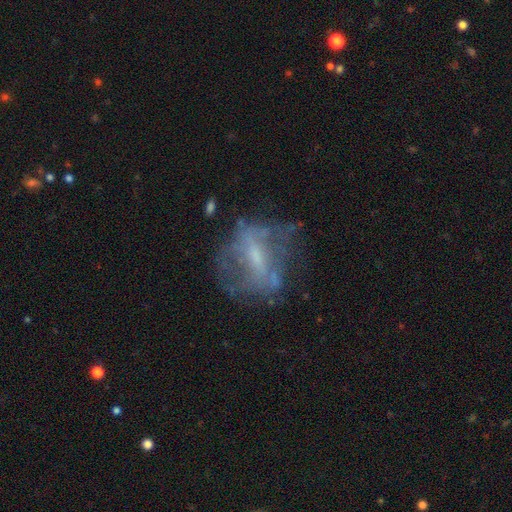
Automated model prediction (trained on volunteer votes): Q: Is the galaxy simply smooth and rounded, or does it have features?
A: featured or disk — 61%.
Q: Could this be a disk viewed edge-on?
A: no — 93%.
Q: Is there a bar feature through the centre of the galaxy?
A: weak — 41%.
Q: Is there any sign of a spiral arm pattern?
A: no — 69%.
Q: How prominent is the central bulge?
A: small — 41%.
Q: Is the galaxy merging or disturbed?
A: none — 50%.